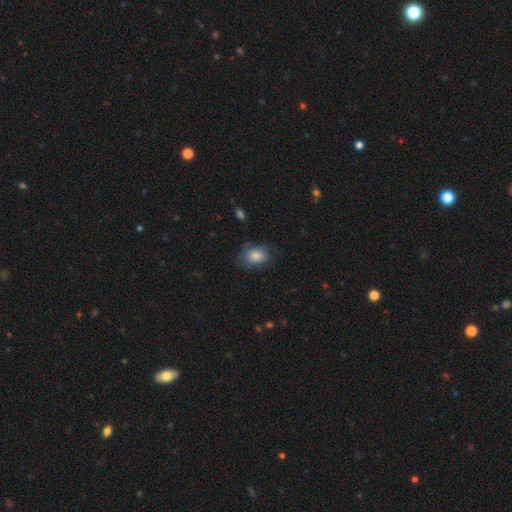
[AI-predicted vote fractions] Smooth or featured? smooth (80%)
How rounded? in between (66%)
Merging? none (66%)